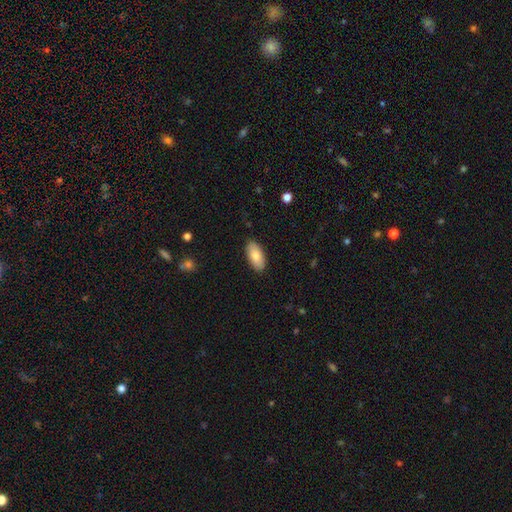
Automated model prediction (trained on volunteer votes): Q: Smooth or featured?
A: smooth (82%); runner-up: featured or disk (12%)
Q: How rounded?
A: in between (93%); runner-up: cigar-shaped (5%)
Q: Merging?
A: none (88%); runner-up: minor disturbance (9%)